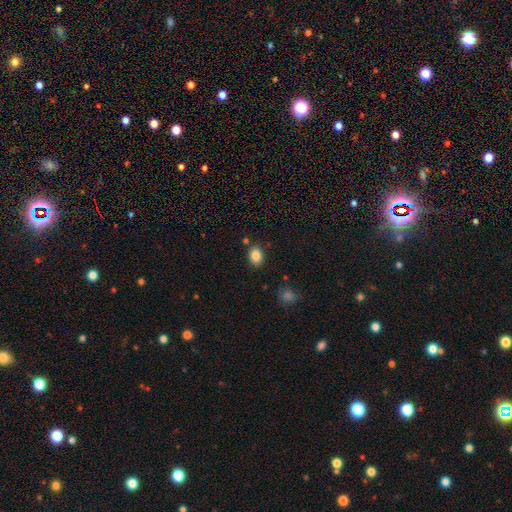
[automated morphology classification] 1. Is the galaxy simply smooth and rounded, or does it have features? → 85% smooth, 9% star or artifact, 6% featured or disk.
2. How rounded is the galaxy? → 68% in between, 31% round, 1% cigar-shaped.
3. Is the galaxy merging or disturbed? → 83% none, 10% minor disturbance, 4% merger, 3% major disturbance.